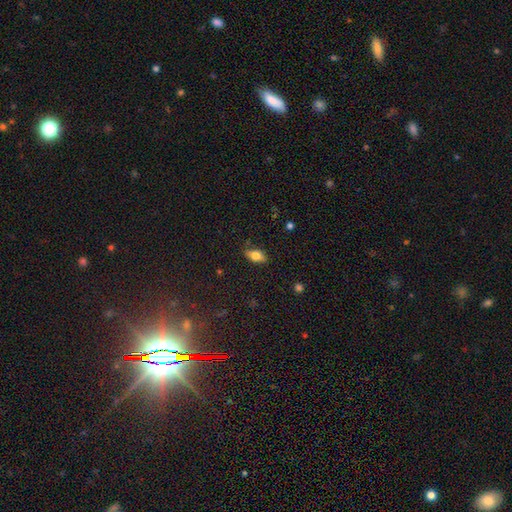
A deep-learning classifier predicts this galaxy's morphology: This is likely a smooth galaxy (71%). How rounded: clearly in between (86%). Merging: likely none (80%).